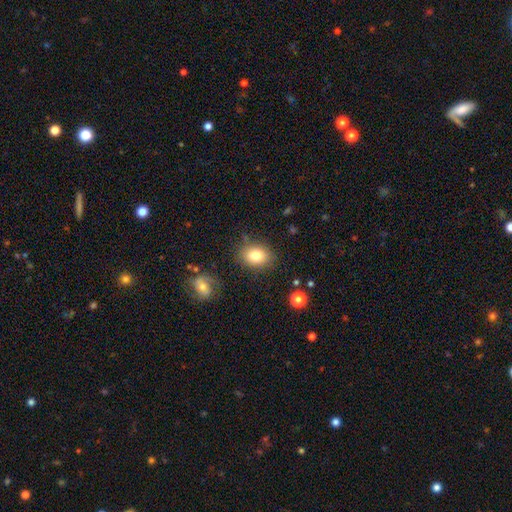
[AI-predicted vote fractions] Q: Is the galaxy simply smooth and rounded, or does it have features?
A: smooth — 81%.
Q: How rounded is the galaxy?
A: in between — 66%.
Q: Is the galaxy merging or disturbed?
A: none — 81%.